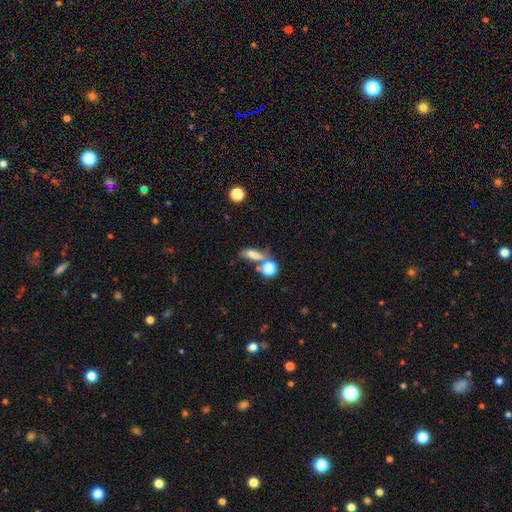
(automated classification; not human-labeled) The model was most divided on "merging": none: 44%, merger: 30%, minor disturbance: 15%, major disturbance: 11%. More confident: smooth or featured — smooth (67%); how rounded — in between (51%).